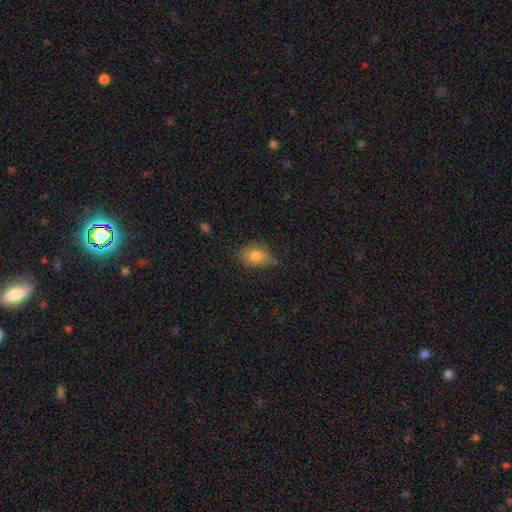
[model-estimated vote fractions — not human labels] A smooth galaxy with no disk features (79%) that is in between round and cigar-shaped (69%). Merging: none (57%).